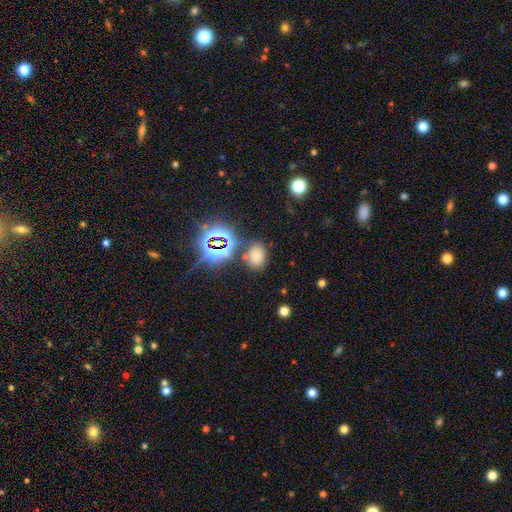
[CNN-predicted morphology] This appears to be a smooth galaxy with no disk features (63%) that is in between round and cigar-shaped (62%). Merging: none (78%).